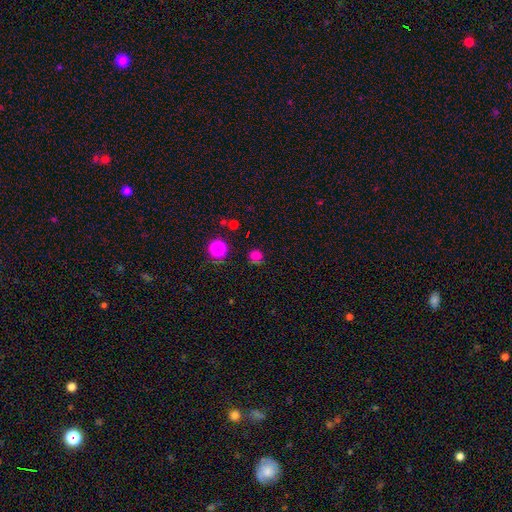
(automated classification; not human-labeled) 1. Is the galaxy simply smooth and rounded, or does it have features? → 73% smooth, 21% star or artifact, 6% featured or disk.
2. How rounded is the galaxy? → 87% round, 12% in between, 1% cigar-shaped.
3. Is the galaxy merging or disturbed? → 79% none, 13% minor disturbance, 4% major disturbance, 4% merger.